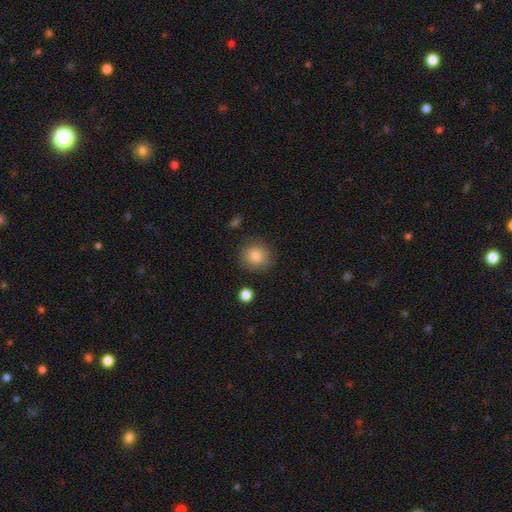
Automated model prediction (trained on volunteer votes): Smooth or featured? smooth (84%)
How rounded? round (78%)
Merging? none (82%)